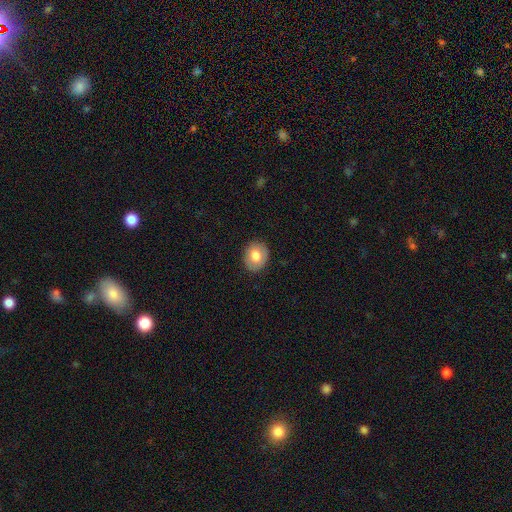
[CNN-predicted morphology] smooth-or-featured: smooth: 78% | featured or disk: 15% | star or artifact: 7%
  how-rounded: round: 56% | in between: 43% | cigar-shaped: 1%
  merging: none: 88% | minor disturbance: 9% | major disturbance: 2% | merger: 1%